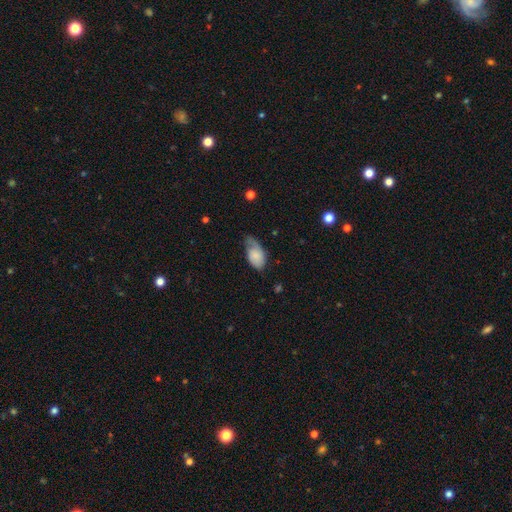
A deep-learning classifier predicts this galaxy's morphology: smooth-or-featured: smooth: 70% | featured or disk: 24% | star or artifact: 7%
  how-rounded: in between: 93% | round: 5% | cigar-shaped: 2%
  merging: minor disturbance: 42% | none: 33% | major disturbance: 23% | merger: 2%